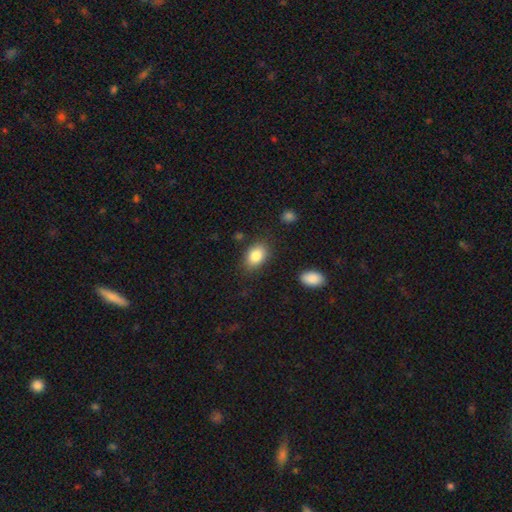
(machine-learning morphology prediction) type=smooth (85%); roundness=in between (84%); merging=none (81%).